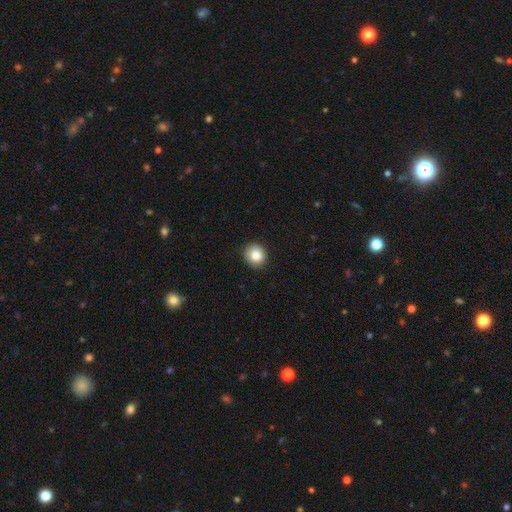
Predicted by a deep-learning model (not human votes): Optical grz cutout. It shows a smooth galaxy with no disk features (82%) that is round (85%). Merging: none (89%).